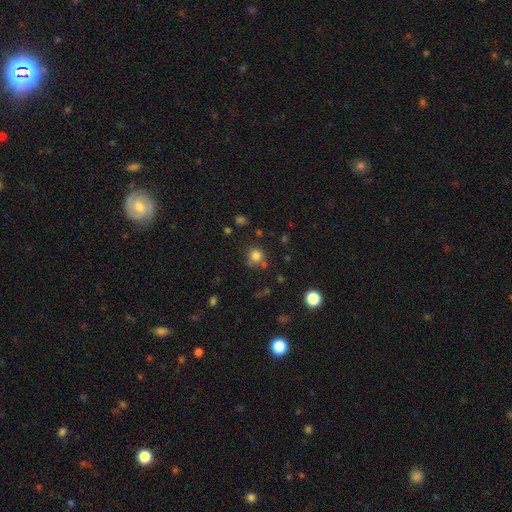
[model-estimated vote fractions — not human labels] A smooth galaxy with no disk features (79%) that is round (89%). Merging: none (69%).